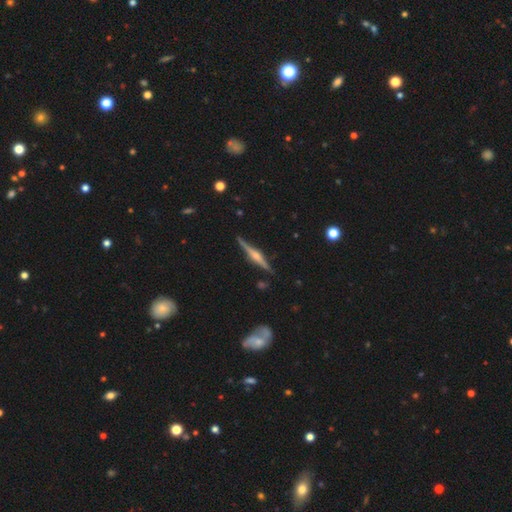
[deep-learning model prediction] Smooth or featured? featured or disk (81%)
Edge-on disk? yes (98%)
Edge-on bulge? rounded (83%)
Merging? none (89%)